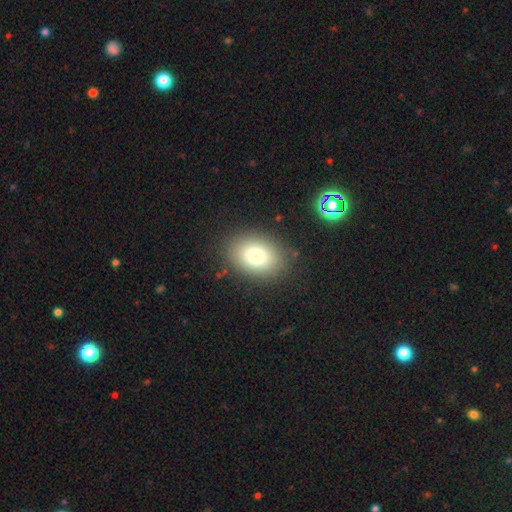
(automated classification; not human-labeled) The model was most divided on "how rounded": in between: 73%, round: 26%, cigar-shaped: 1%. More confident: merging — none (86%); smooth or featured — smooth (80%).